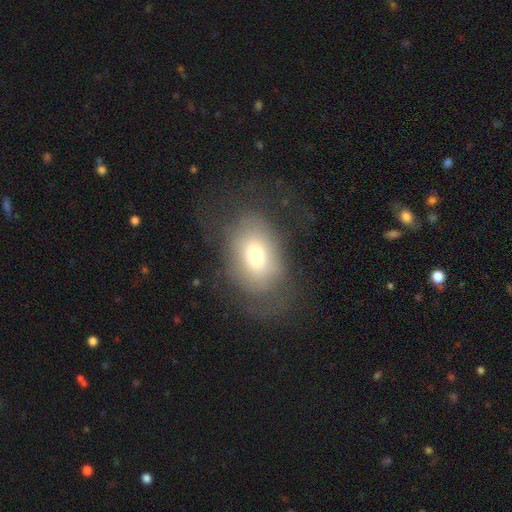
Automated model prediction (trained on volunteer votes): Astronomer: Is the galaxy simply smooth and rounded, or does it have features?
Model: smooth — 64%.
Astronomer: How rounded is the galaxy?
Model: in between — 77%.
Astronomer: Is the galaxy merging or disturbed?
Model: none — 55%.